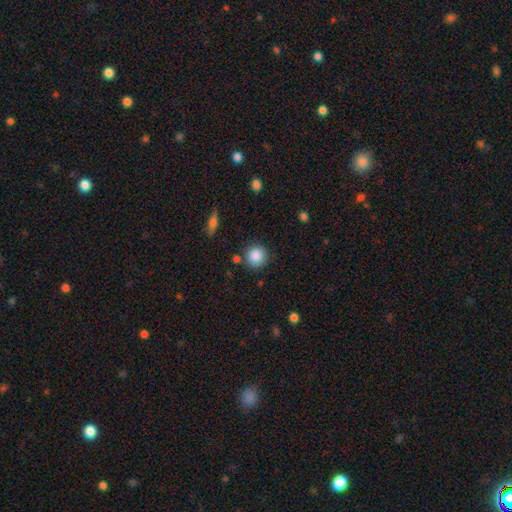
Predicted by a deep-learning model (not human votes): Q: Smooth or featured?
A: smooth (87%); runner-up: star or artifact (9%)
Q: How rounded?
A: round (92%); runner-up: in between (7%)
Q: Merging?
A: none (84%); runner-up: minor disturbance (8%)